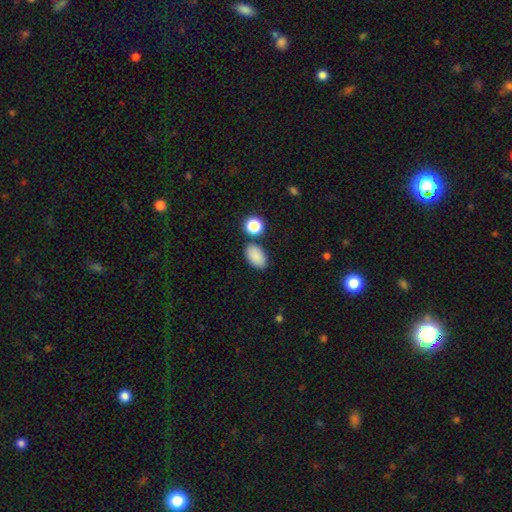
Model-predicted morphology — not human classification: This appears to be a smooth galaxy with no disk features (87%) that is in between round and cigar-shaped (92%). Merging: none (80%).